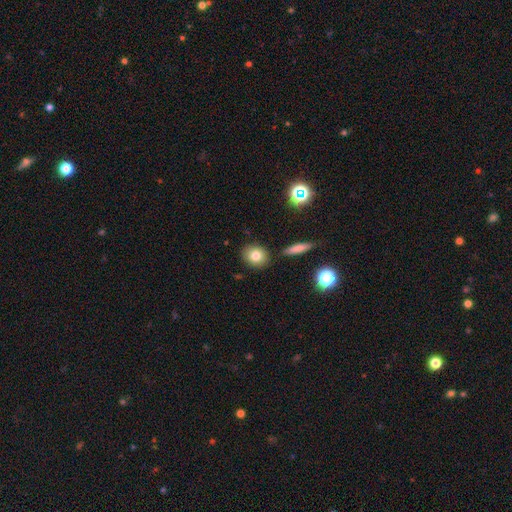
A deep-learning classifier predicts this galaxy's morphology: Overall: smooth (79%). How rounded: round (62%; in between 36%). Merging: none (85%).